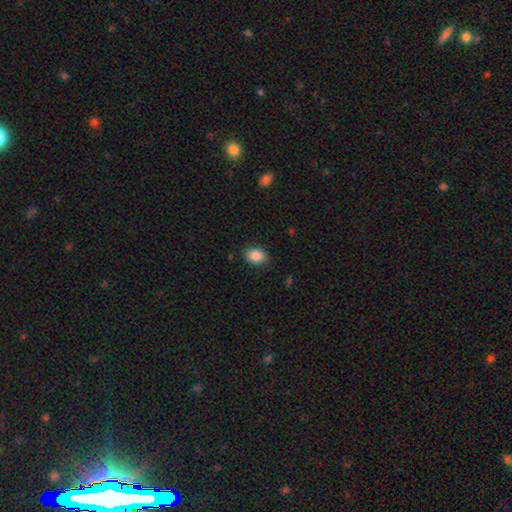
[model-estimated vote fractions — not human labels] Morphology: type=smooth (87%); roundness=in between (70%); merging=none (87%).